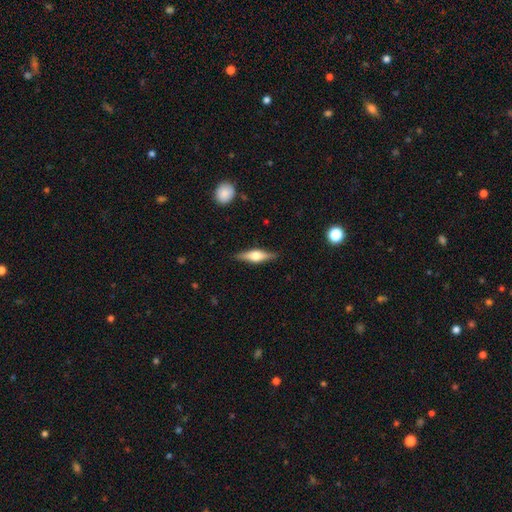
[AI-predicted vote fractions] Smooth or featured?
  - featured or disk: 65% *
  - smooth: 29%
  - star or artifact: 6%
Edge-on disk?
  - yes: 96% *
  - no: 4%
Edge-on bulge?
  - rounded: 92% *
  - boxy: 6%
  - none: 2%
Merging?
  - none: 88% *
  - minor disturbance: 9%
  - major disturbance: 2%
  - merger: 1%